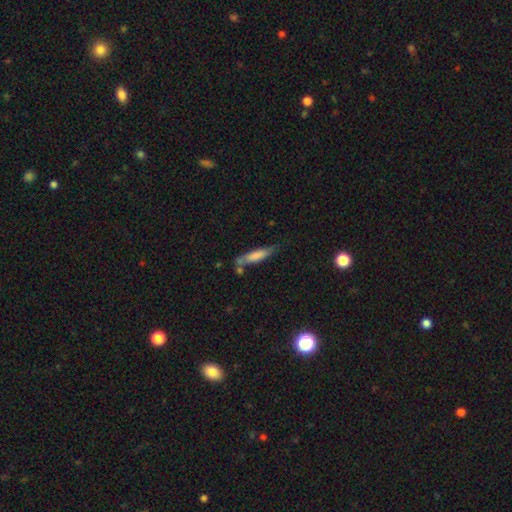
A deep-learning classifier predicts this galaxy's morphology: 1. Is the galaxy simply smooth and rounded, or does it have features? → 70% smooth, 23% featured or disk, 7% star or artifact.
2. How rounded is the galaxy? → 79% cigar-shaped, 19% in between, 2% round.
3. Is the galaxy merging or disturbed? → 54% none, 24% minor disturbance, 14% merger, 8% major disturbance.